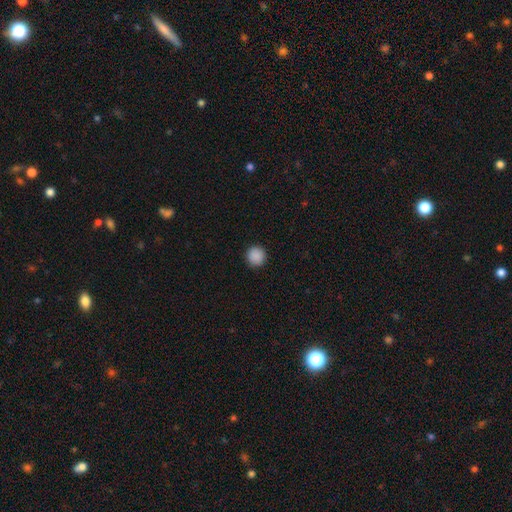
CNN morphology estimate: This appears to be a smooth galaxy with no disk features (89%) that is round (95%). Merging: none (93%).